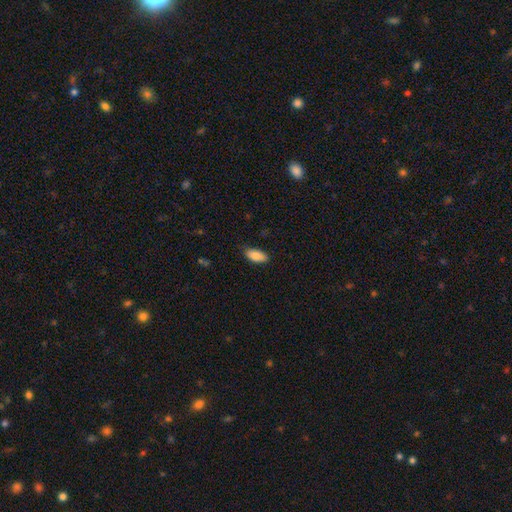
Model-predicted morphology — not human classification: Overall: smooth (84%). How rounded: in between (88%). Merging: none (83%).